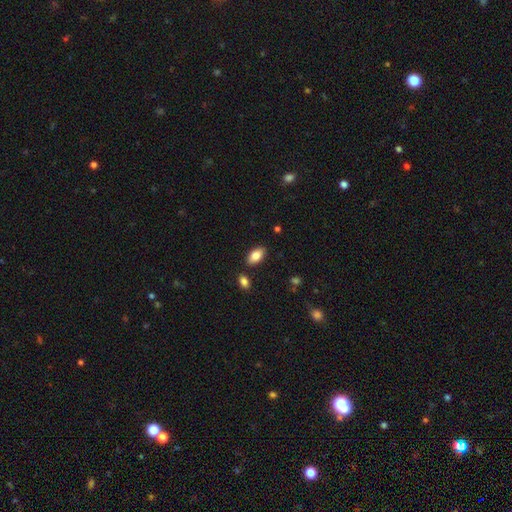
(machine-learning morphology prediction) A smooth galaxy with no disk features (82%) that is in between round and cigar-shaped (92%). Merging: none (85%).